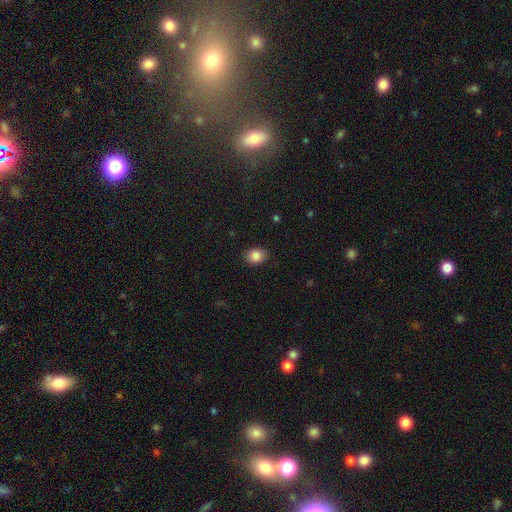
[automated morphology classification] Smooth or featured? Predicted: smooth (p=0.86). How rounded? Predicted: in between (p=0.59). Merging? Predicted: none (p=0.87).